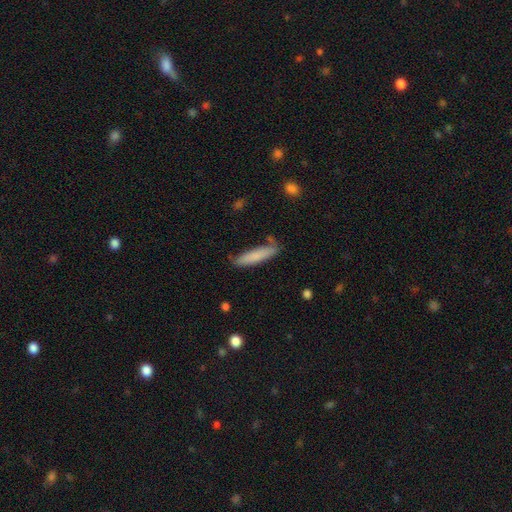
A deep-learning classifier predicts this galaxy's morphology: Smooth or featured: smooth — 81% (featured or disk — 13%)
How rounded: cigar-shaped — 82% (in between — 16%)
Merging: none — 74% (minor disturbance — 18%)